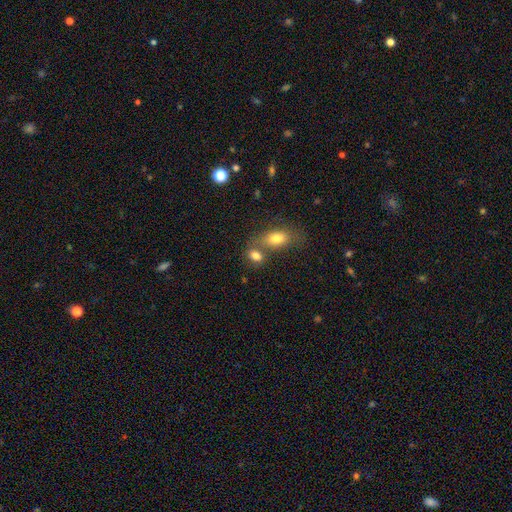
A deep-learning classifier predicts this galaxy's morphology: smooth 80%, star or artifact 10%, featured or disk 10%. Down the decision tree: how rounded — in between (72%); merging — merger (45%).